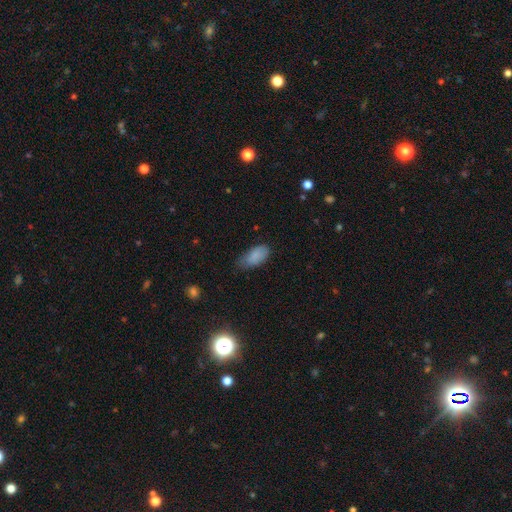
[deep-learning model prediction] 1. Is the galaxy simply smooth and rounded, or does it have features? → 85% smooth, 8% featured or disk, 7% star or artifact.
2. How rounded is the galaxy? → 92% in between, 5% cigar-shaped, 3% round.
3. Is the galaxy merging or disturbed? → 55% none, 35% minor disturbance, 8% major disturbance, 2% merger.